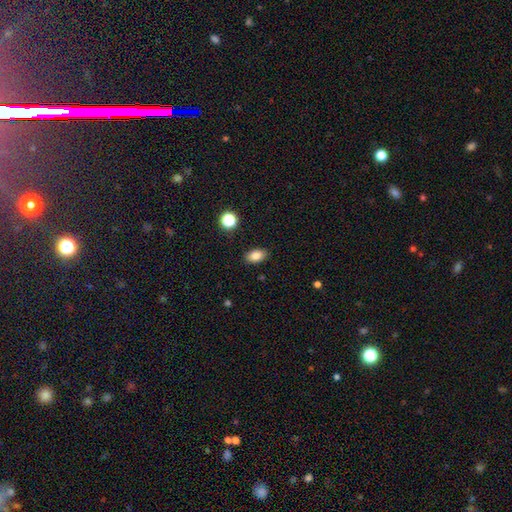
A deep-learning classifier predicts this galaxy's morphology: Overall: smooth (83%). How rounded: in between (89%). Merging: none (88%).